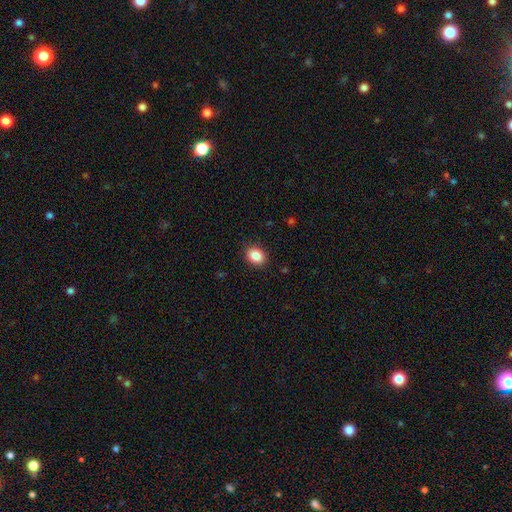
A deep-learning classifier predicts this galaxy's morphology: Smooth or featured? smooth (87%)
How rounded? in between (53%)
Merging? none (89%)